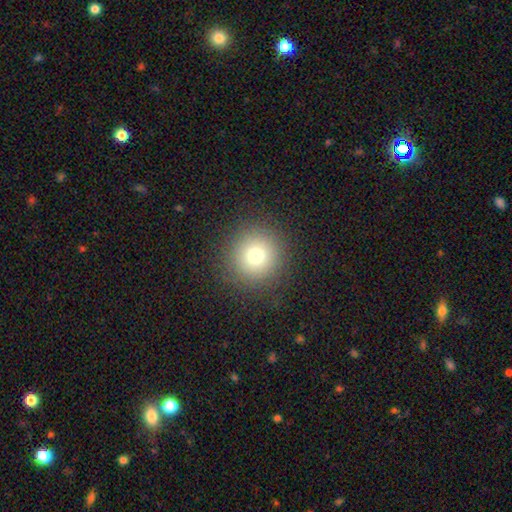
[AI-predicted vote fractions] Q: Smooth or featured?
A: smooth (73%); runner-up: star or artifact (16%)
Q: How rounded?
A: round (95%); runner-up: in between (4%)
Q: Merging?
A: none (88%); runner-up: minor disturbance (7%)